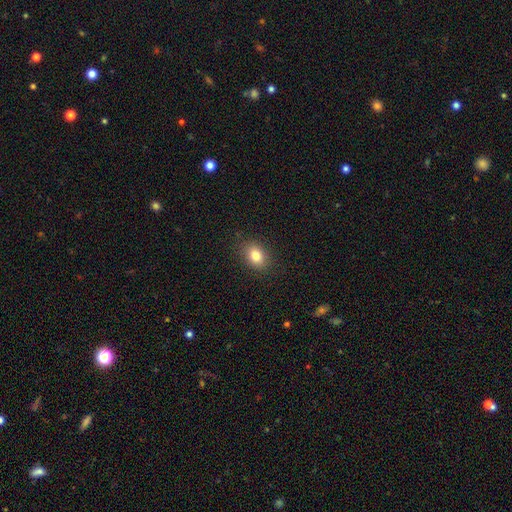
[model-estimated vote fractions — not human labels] Overall: smooth (83%). How rounded: in between (71%). Merging: none (87%).